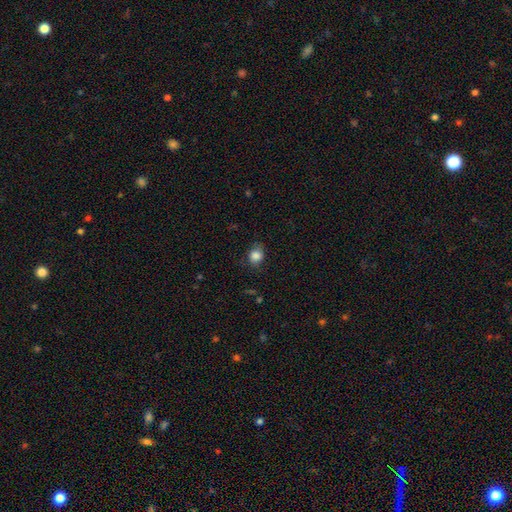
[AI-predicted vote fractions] Smooth or featured? Predicted: smooth (p=0.84). How rounded? Predicted: round (p=0.57). Merging? Predicted: none (p=0.71).